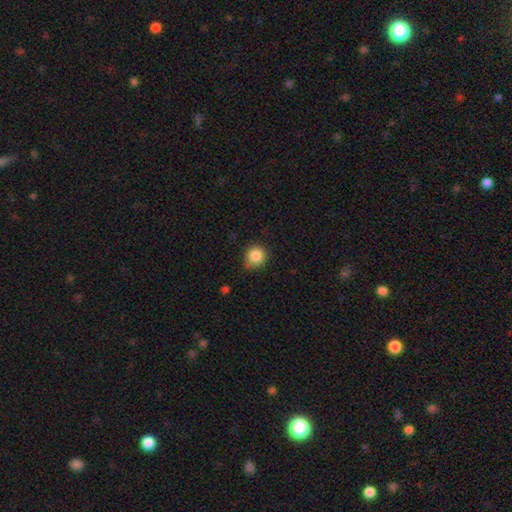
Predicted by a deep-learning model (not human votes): Smooth or featured: smooth — 86% (star or artifact — 10%)
How rounded: round — 90% (in between — 9%)
Merging: none — 75% (minor disturbance — 19%)